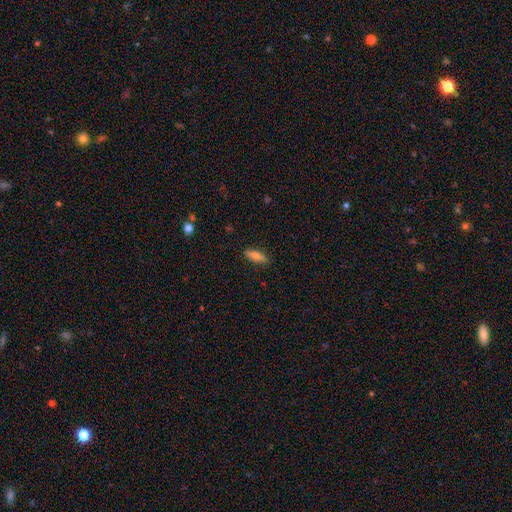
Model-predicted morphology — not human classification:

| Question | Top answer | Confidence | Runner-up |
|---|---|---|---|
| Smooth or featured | smooth | 69% | featured or disk (24%) |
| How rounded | cigar-shaped | 51% | in between (46%) |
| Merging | none | 87% | minor disturbance (10%) |